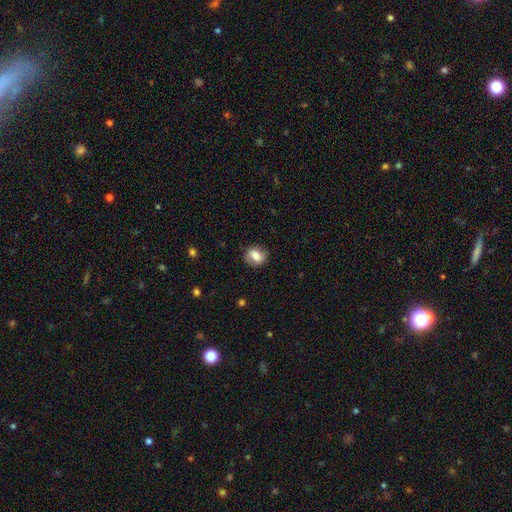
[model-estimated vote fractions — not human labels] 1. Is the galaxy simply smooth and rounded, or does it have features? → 65% smooth, 26% featured or disk, 9% star or artifact.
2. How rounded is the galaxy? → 64% round, 35% in between, 1% cigar-shaped.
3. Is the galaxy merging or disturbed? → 82% none, 13% minor disturbance, 4% major disturbance, 1% merger.